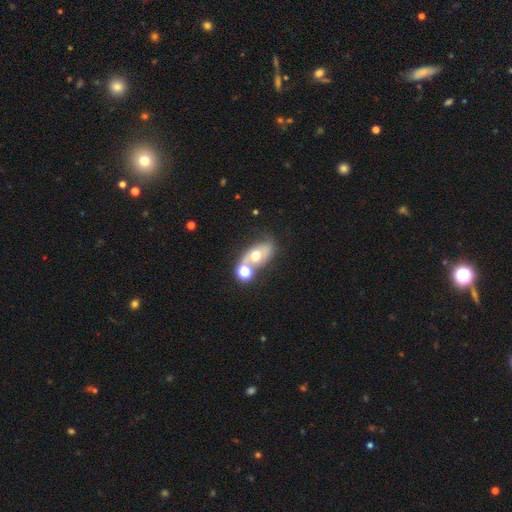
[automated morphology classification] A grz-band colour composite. It shows a smooth galaxy with no disk features (45%). Merging: none (41%).